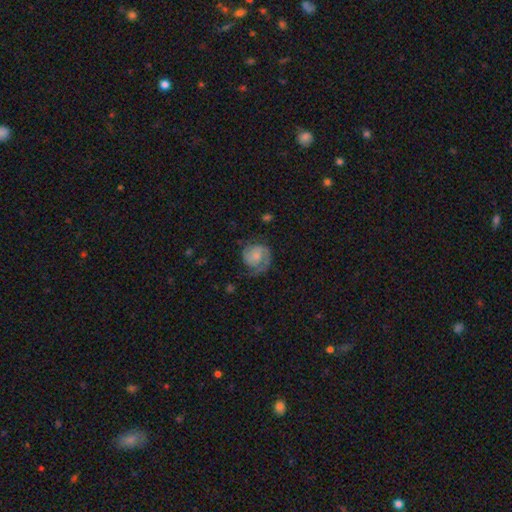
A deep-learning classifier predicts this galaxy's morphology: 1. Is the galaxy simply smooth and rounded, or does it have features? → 71% featured or disk, 22% smooth, 6% star or artifact.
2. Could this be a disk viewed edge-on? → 98% no, 2% yes.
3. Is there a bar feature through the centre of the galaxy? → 66% no, 30% weak, 5% strong.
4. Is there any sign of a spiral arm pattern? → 94% yes, 6% no.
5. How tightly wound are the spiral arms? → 46% tight, 40% medium, 15% loose.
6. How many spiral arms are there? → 60% 2, 27% 1, 8% can't tell, 3% 3, 1% 4, 1% more than 4.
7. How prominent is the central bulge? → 40% small, 30% moderate, 21% none, 7% large, 2% dominant.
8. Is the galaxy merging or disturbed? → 61% none, 22% minor disturbance, 16% major disturbance, 2% merger.